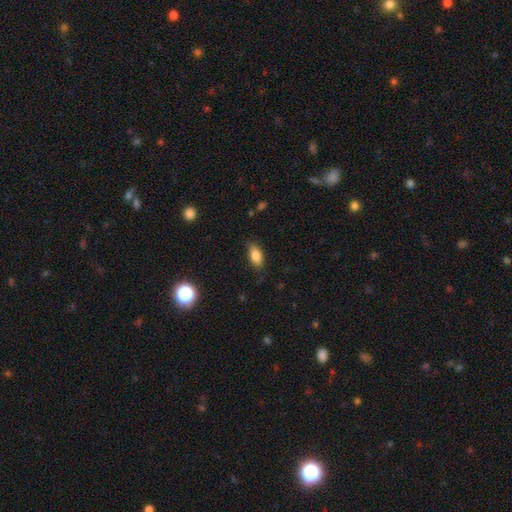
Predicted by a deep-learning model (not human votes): Morphology: type=smooth (83%); roundness=in between (86%); merging=none (80%).